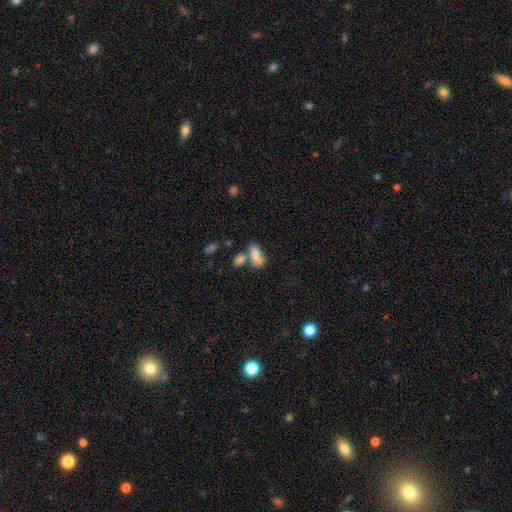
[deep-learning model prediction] The model was most divided on "merging": none: 47%, merger: 32%, minor disturbance: 15%, major disturbance: 6%. More confident: smooth or featured — smooth (80%); how rounded — in between (78%).